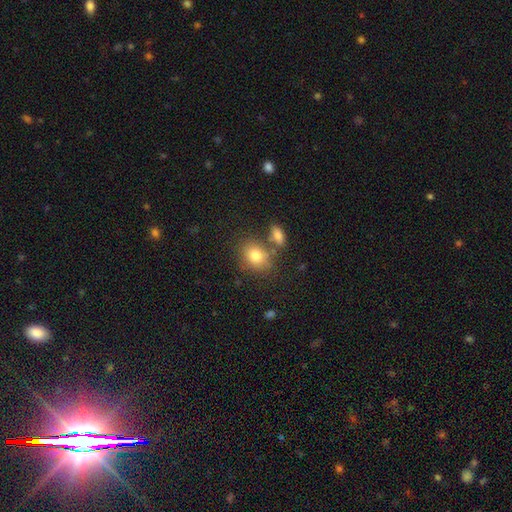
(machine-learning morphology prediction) This appears to be a smooth galaxy with no disk features (80%) that is round (52%). Merging: none (66%).